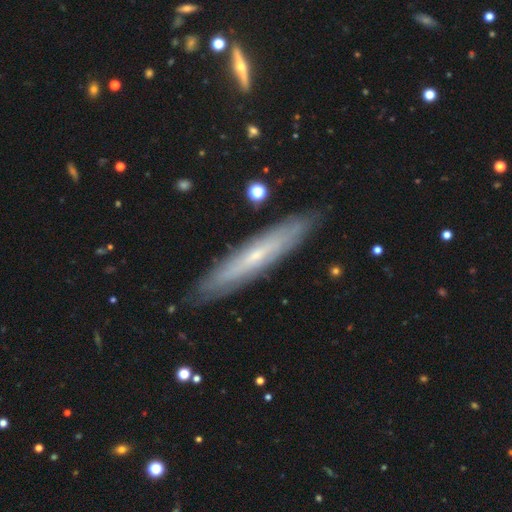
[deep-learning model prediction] A featured or disk galaxy (64%) viewed edge-on (71%).

Vote fractions:
- Smooth or featured? featured or disk: 64% / smooth: 29% / star or artifact: 7%
- Edge-on disk? yes: 71% / no: 29%
- Merging? none: 87% / minor disturbance: 10% / major disturbance: 2% / merger: 1%